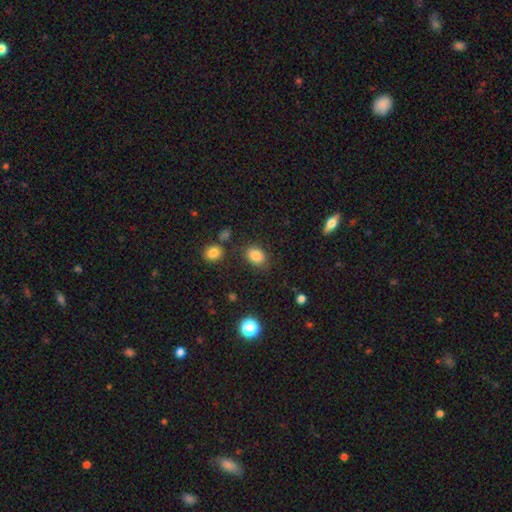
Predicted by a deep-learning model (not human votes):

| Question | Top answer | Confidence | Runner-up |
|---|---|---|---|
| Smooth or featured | smooth | 84% | star or artifact (11%) |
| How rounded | in between | 68% | round (31%) |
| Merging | none | 81% | minor disturbance (12%) |